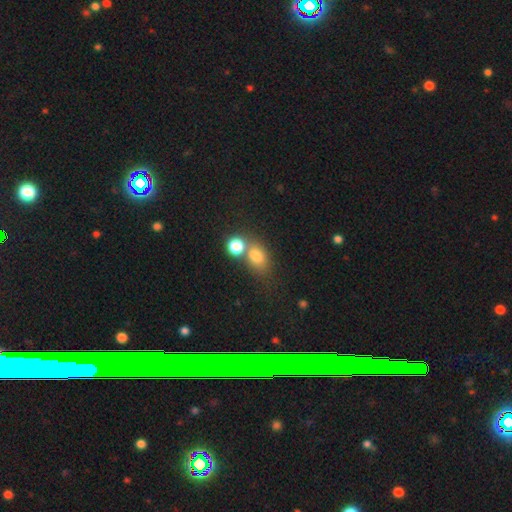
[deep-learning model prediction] Smooth or featured?
  - smooth: 76% *
  - star or artifact: 14%
  - featured or disk: 10%
How rounded?
  - in between: 57% *
  - round: 41%
  - cigar-shaped: 2%
Merging?
  - none: 45% *
  - merger: 38%
  - minor disturbance: 12%
  - major disturbance: 5%